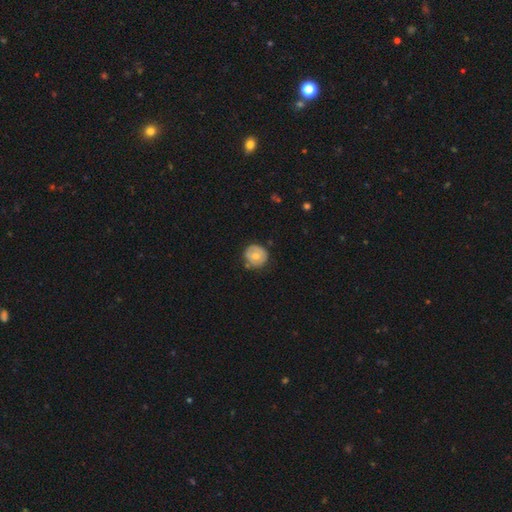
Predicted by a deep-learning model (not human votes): This is possibly a smooth galaxy (59%). How rounded: clearly round (88%). Merging: likely none (71%).